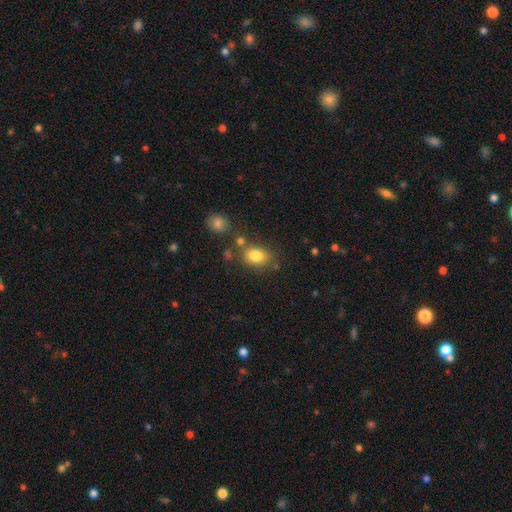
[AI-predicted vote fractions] smooth-or-featured: smooth: 80% | star or artifact: 11% | featured or disk: 9%
  how-rounded: in between: 71% | round: 28% | cigar-shaped: 1%
  merging: none: 66% | minor disturbance: 16% | merger: 13% | major disturbance: 5%